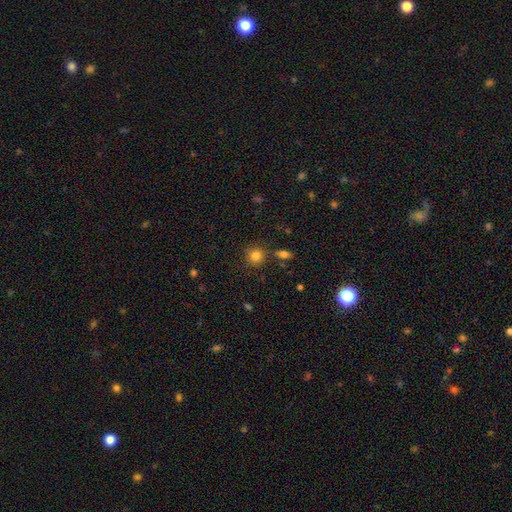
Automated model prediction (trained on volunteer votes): This appears to be a smooth galaxy with no disk features (82%) that is round (89%). Merging: none (82%).